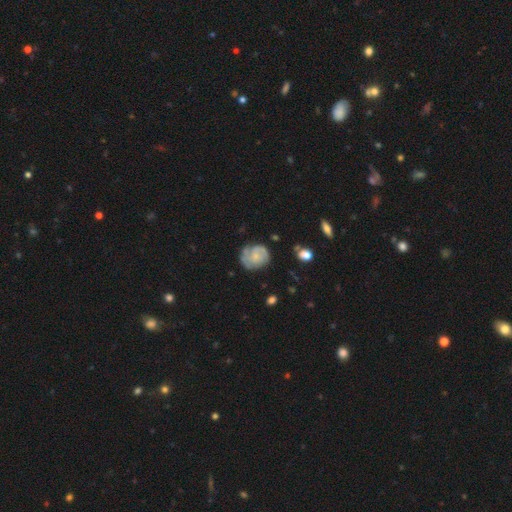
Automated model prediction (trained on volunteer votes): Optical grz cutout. It shows a featured or disk galaxy (64%) with no bar (72%), 2 (44%) tight (53%) spiral arms (86%) and a small central bulge (60%). Merging: none (61%).